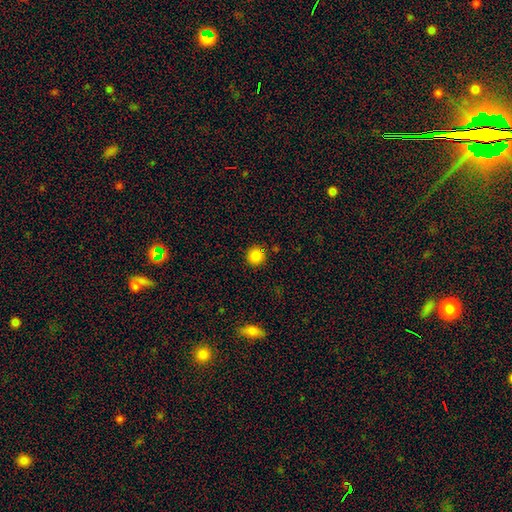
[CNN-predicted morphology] Smooth or featured: smooth — 85% (star or artifact — 11%)
How rounded: round — 93% (in between — 6%)
Merging: none — 88% (minor disturbance — 7%)